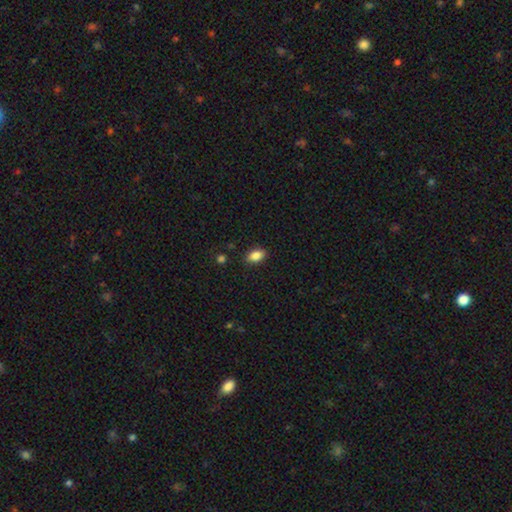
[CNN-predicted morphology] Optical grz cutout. It shows a smooth galaxy with no disk features (84%) that is in between round and cigar-shaped (88%). Merging: none (86%).